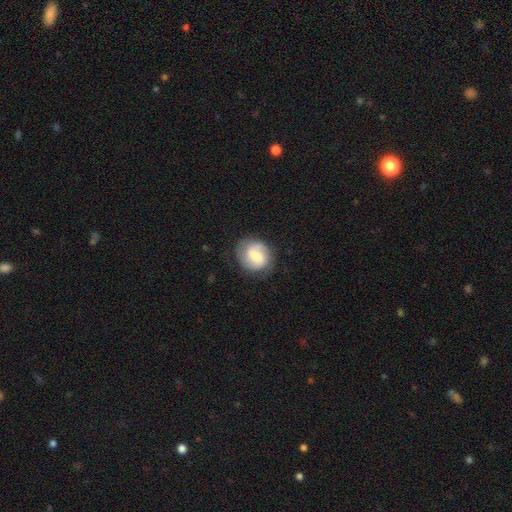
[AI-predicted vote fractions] featured or disk 55%, smooth 38%, star or artifact 7%. Down the decision tree: edge-on disk — no (98%); bar — weak (49%); spiral arms — yes (88%); bulge size — moderate (46%); merging — none (77%).